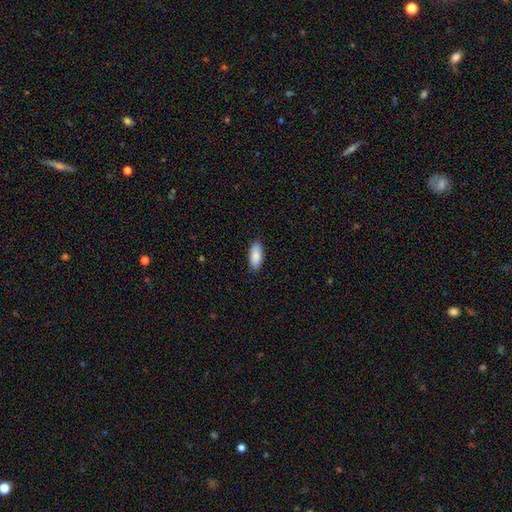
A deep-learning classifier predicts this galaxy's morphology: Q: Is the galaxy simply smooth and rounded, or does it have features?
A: smooth — 87%.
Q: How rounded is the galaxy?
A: in between — 86%.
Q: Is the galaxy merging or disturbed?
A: none — 86%.